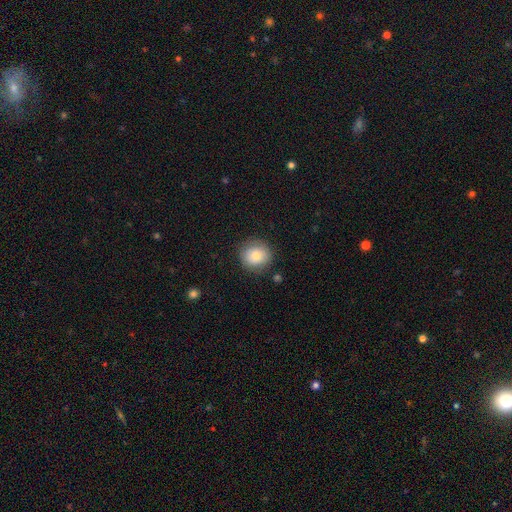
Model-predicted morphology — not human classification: smooth-or-featured: smooth: 80% | featured or disk: 12% | star or artifact: 9%
  how-rounded: round: 88% | in between: 11% | cigar-shaped: 1%
  merging: none: 84% | minor disturbance: 11% | major disturbance: 3% | merger: 2%